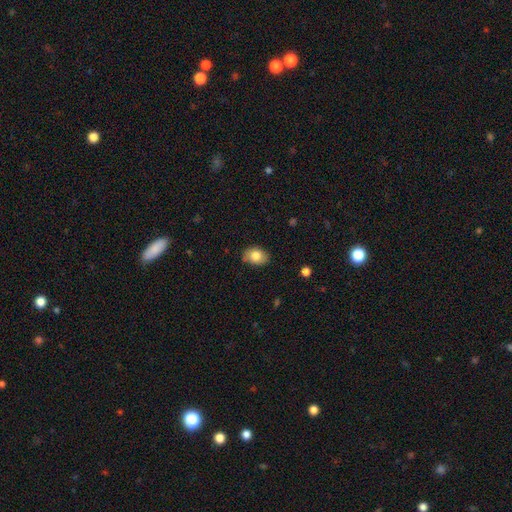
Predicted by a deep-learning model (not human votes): Morphology: type=smooth (81%); roundness=in between (81%); merging=none (79%).